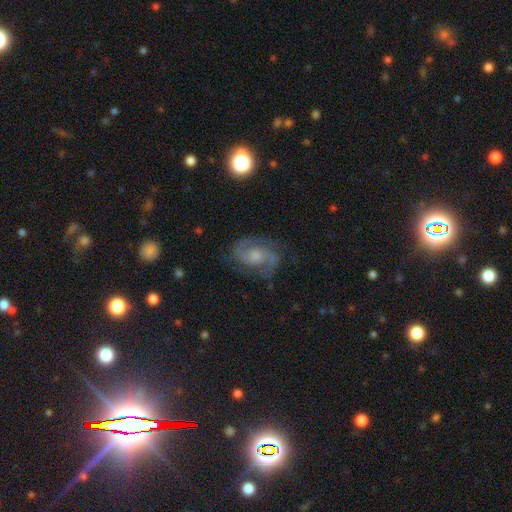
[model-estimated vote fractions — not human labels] Overall: featured or disk (85%). Edge-on disk: no (98%). Bar: no (59%; weak 36%). Spiral arms: yes (97%). Spiral arm count: 2 (88%). Spiral winding: medium (57%; tight 25%). Bulge size: moderate (45%; small 33%). Merging: none (76%).